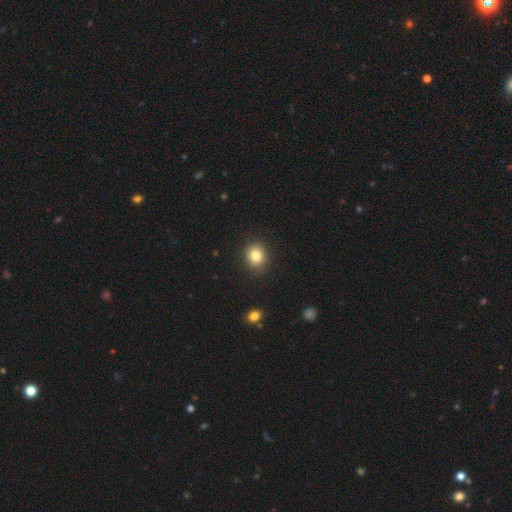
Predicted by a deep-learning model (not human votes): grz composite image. It shows a smooth galaxy with no disk features (82%) that is round (77%). Merging: none (89%).